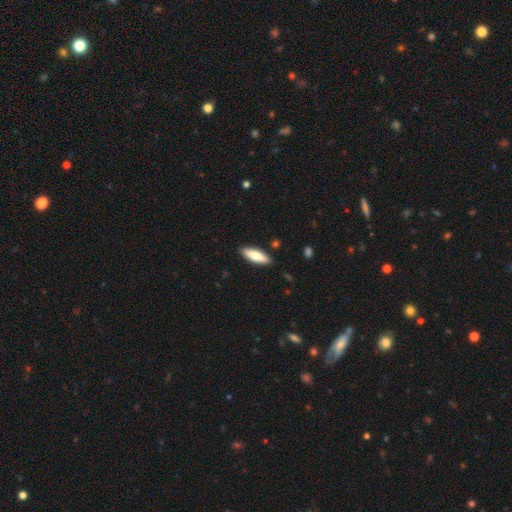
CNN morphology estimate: type=smooth (73%); roundness=in between (55%); merging=none (89%).